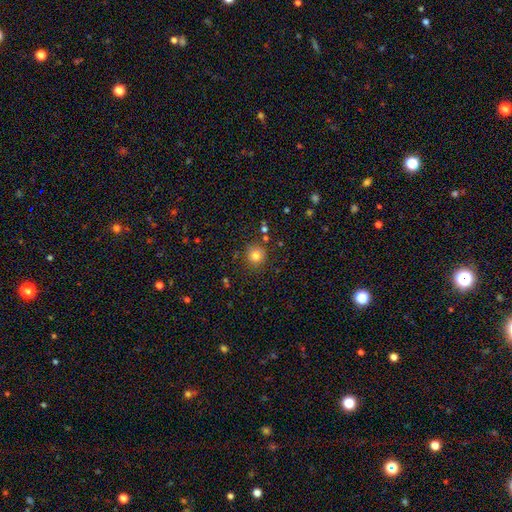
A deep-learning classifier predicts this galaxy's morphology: smooth 80%, star or artifact 13%, featured or disk 7%. Down the decision tree: how rounded — round (91%); merging — none (84%).